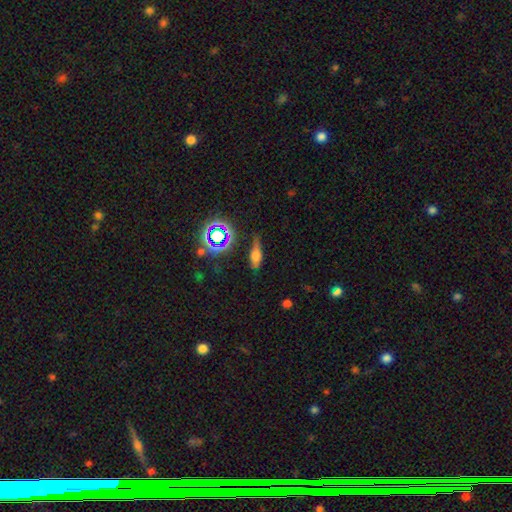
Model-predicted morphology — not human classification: This is possibly a smooth galaxy (57%). How rounded: possibly in between (60%). Merging: possibly none (56%).